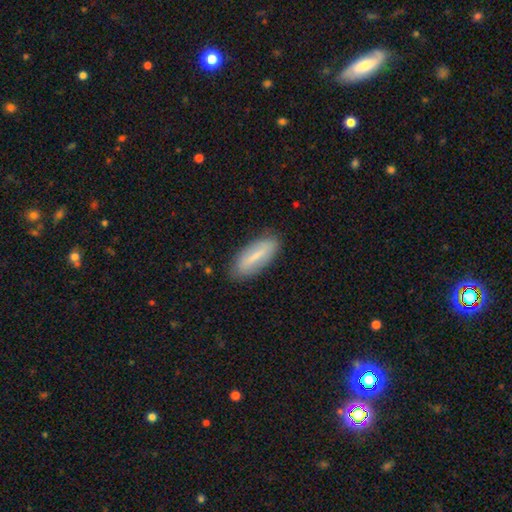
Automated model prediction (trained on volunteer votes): Q: Smooth or featured?
A: smooth (62%); runner-up: featured or disk (31%)
Q: How rounded?
A: in between (62%); runner-up: cigar-shaped (36%)
Q: Merging?
A: none (83%); runner-up: minor disturbance (13%)